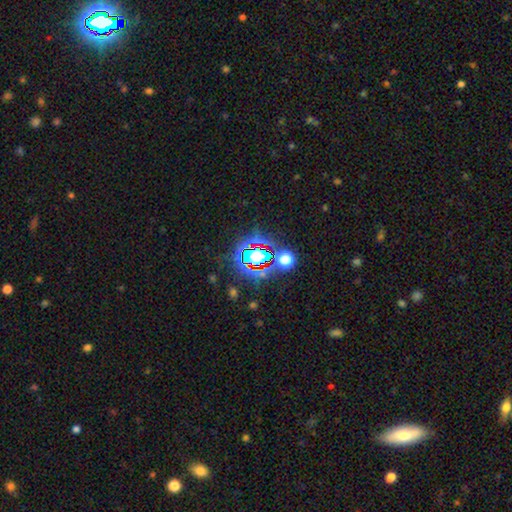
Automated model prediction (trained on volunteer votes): The model was most divided on "smooth or featured": star or artifact: 69%, smooth: 20%, featured or disk: 11%.